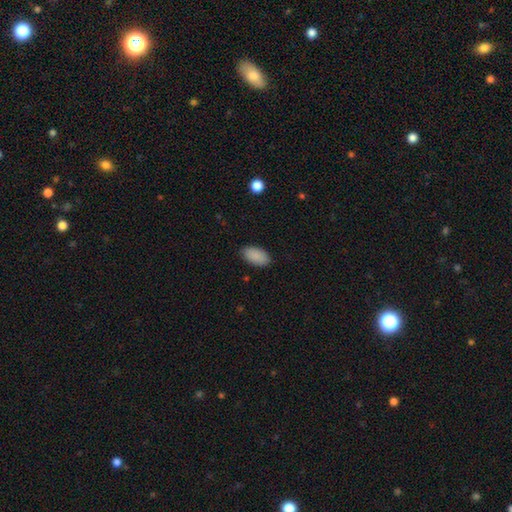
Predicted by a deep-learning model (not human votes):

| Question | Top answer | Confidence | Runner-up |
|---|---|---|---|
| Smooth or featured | smooth | 90% | star or artifact (7%) |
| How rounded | in between | 95% | round (3%) |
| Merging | none | 86% | minor disturbance (11%) |